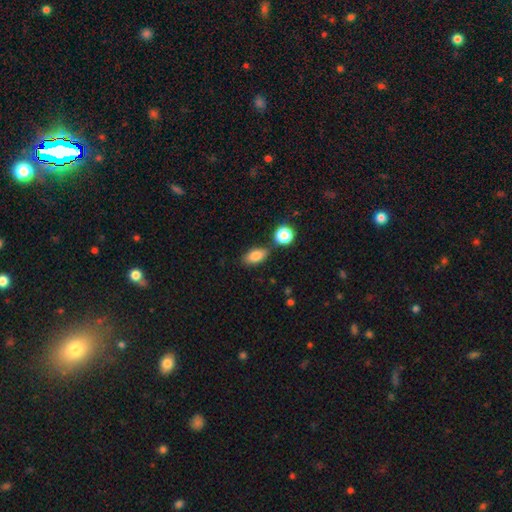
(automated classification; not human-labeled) Smooth or featured? smooth (83%)
How rounded? in between (87%)
Merging? none (73%)